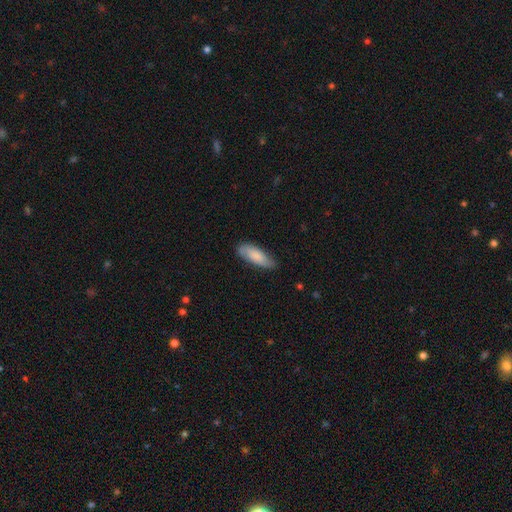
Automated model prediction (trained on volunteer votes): Smooth or featured: smooth — 76% (featured or disk — 18%)
How rounded: in between — 69% (cigar-shaped — 29%)
Merging: none — 72% (minor disturbance — 23%)